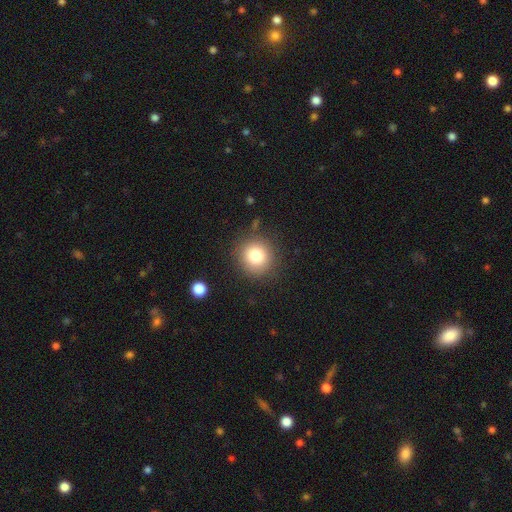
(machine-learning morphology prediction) Smooth or featured?
  - smooth: 80% *
  - star or artifact: 12%
  - featured or disk: 9%
How rounded?
  - round: 92% *
  - in between: 7%
  - cigar-shaped: 1%
Merging?
  - none: 86% *
  - minor disturbance: 8%
  - major disturbance: 3%
  - merger: 2%